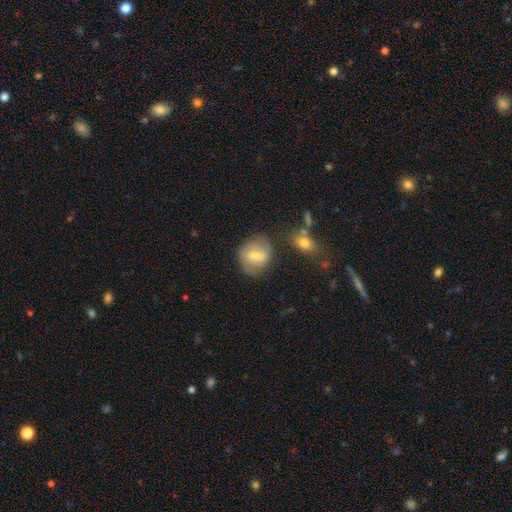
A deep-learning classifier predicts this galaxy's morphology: This is likely a smooth galaxy (60%). How rounded: likely round (70%). Merging: likely none (63%).